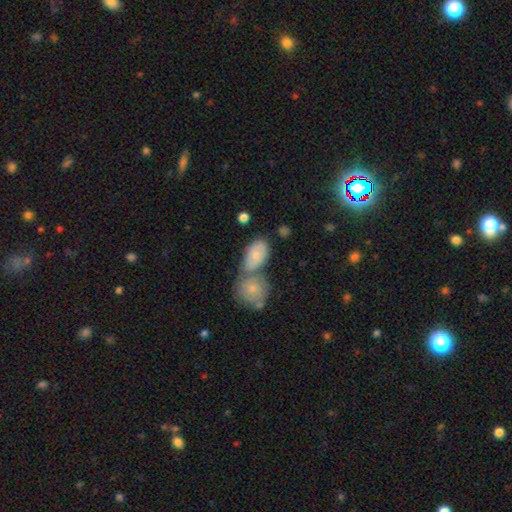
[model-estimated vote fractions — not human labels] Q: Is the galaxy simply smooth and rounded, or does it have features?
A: smooth — 69%.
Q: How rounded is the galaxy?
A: in between — 84%.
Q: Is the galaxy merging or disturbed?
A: merger — 48%.